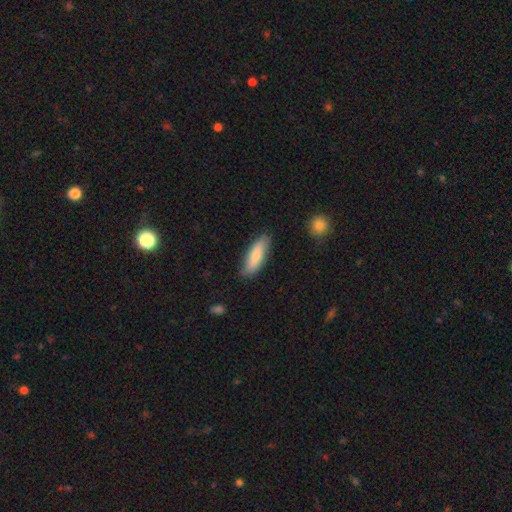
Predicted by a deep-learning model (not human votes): smooth 78%, featured or disk 16%, star or artifact 6%. Down the decision tree: how rounded — in between (49%, tied with cigar-shaped); merging — none (83%).